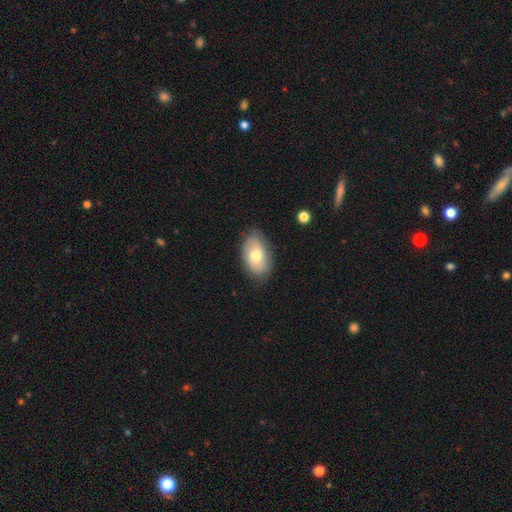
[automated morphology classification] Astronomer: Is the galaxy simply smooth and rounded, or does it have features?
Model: smooth — 61%.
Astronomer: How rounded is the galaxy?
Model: in between — 91%.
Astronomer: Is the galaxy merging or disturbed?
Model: none — 78%.